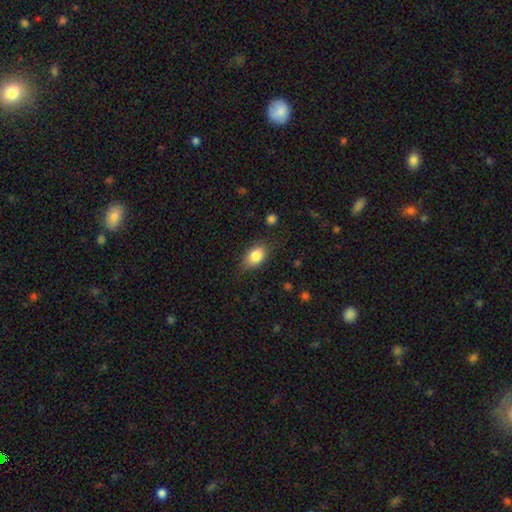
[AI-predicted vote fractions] smooth 83%, featured or disk 9%, star or artifact 8%. Down the decision tree: how rounded — in between (81%); merging — none (72%).